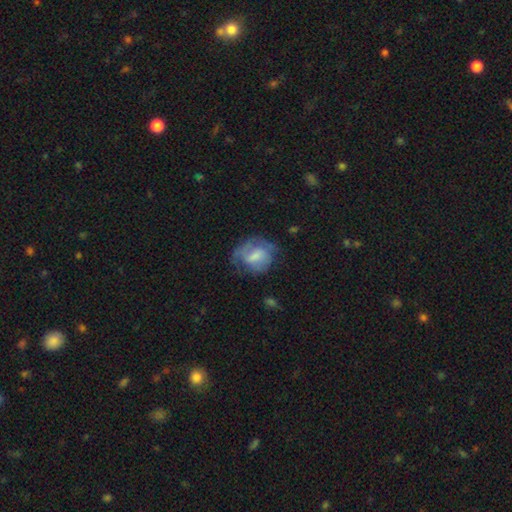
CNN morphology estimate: Smooth or featured? smooth (49%)
Merging? none (47%)